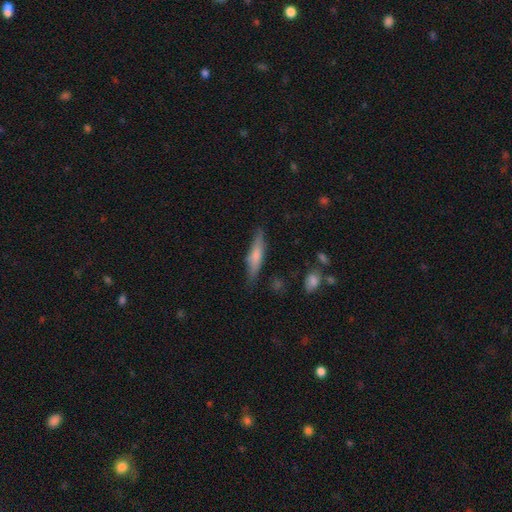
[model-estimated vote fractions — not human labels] Smooth or featured?
  - smooth: 61% *
  - featured or disk: 33%
  - star or artifact: 6%
How rounded?
  - cigar-shaped: 81% *
  - in between: 17%
  - round: 2%
Merging?
  - none: 80% *
  - minor disturbance: 15%
  - major disturbance: 3%
  - merger: 2%